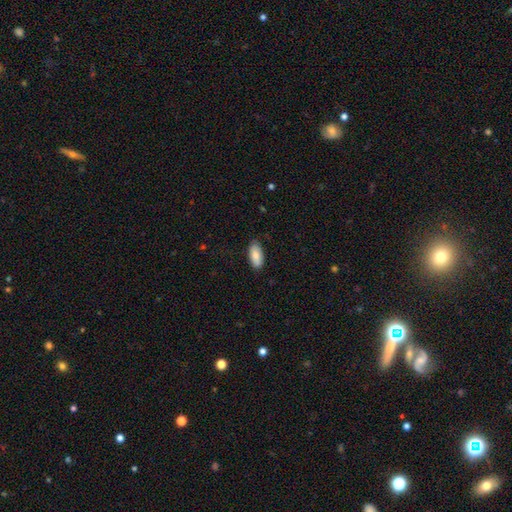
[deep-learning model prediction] Smooth or featured: smooth — 84% (featured or disk — 10%)
How rounded: in between — 89% (cigar-shaped — 9%)
Merging: none — 86% (minor disturbance — 11%)